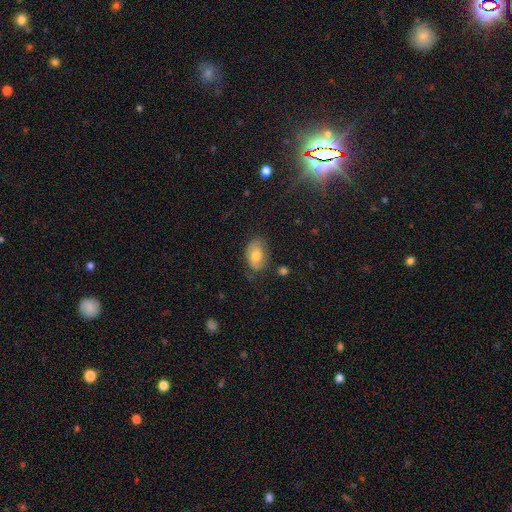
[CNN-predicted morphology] Overall: smooth (71%). How rounded: in between (85%). Merging: none (64%; minor disturbance 26%).